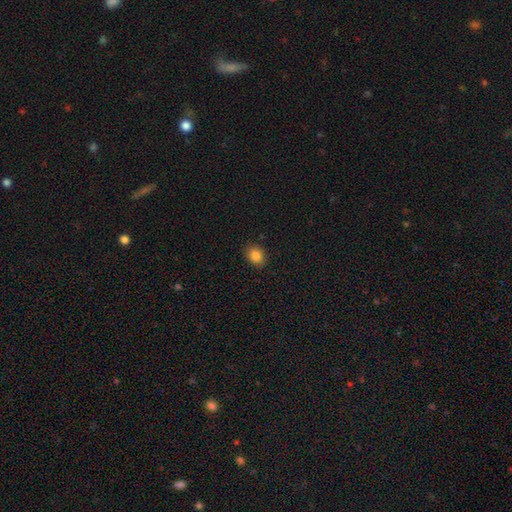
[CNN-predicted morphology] smooth_or_featured: smooth (p=0.84) [alt: star or artifact p=0.10]
how_rounded: in between (p=0.58) [alt: round p=0.41]
merging: none (p=0.89) [alt: minor disturbance p=0.08]